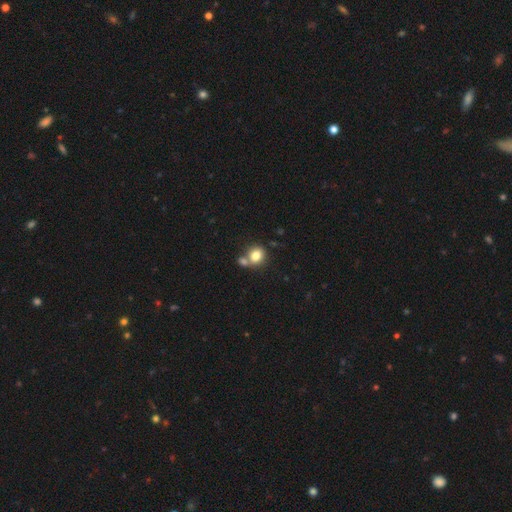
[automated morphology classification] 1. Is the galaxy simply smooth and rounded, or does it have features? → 80% smooth, 10% star or artifact, 10% featured or disk.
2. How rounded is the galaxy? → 72% round, 27% in between, 1% cigar-shaped.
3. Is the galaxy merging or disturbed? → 51% none, 35% merger, 10% minor disturbance, 4% major disturbance.